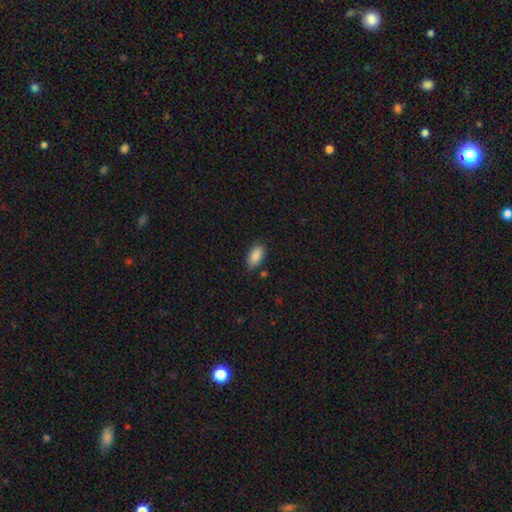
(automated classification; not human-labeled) This appears to be a smooth galaxy with no disk features (89%) that is in between round and cigar-shaped (93%). Merging: none (85%).